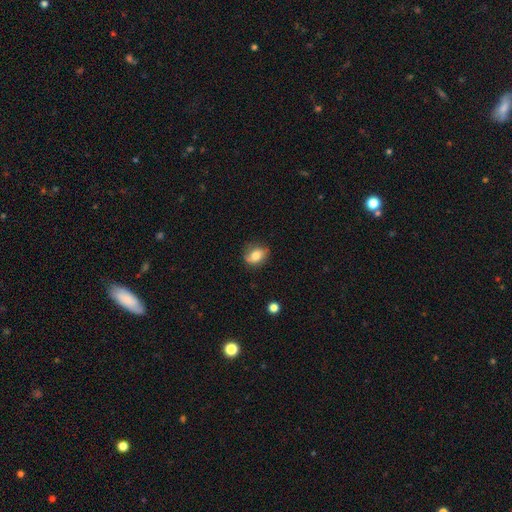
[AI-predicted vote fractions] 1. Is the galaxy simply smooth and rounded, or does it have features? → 74% smooth, 16% featured or disk, 9% star or artifact.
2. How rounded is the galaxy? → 61% in between, 37% round, 2% cigar-shaped.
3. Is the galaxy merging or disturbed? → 71% none, 22% minor disturbance, 5% major disturbance, 2% merger.